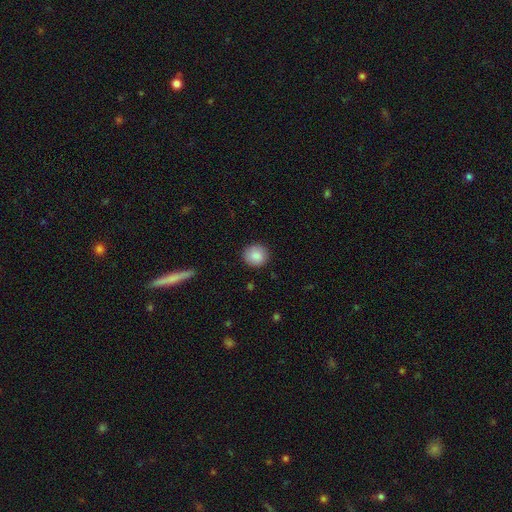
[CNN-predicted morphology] This appears to be a smooth galaxy with no disk features (88%) that is round (90%). Merging: none (90%).